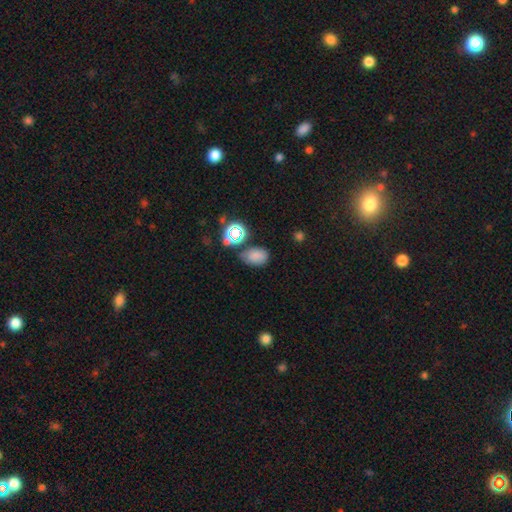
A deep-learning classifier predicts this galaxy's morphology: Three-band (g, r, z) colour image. It shows a smooth galaxy with no disk features (73%) that is in between round and cigar-shaped (81%). Merging: none (71%).